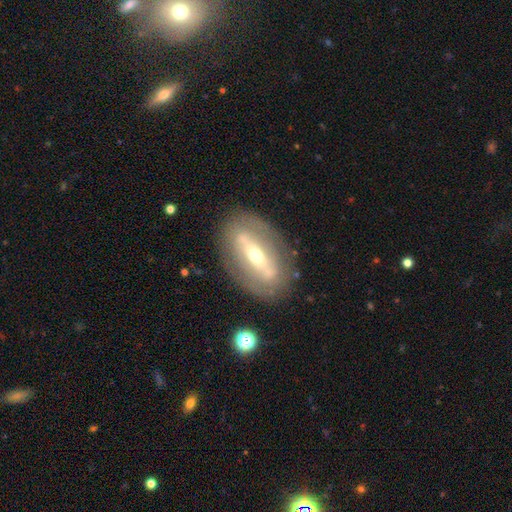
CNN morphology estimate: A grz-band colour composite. It shows a featured or disk galaxy (70%) with a strong bar (57%), no spiral arms (67%) and a moderate central bulge (55%). Merging: none (79%).